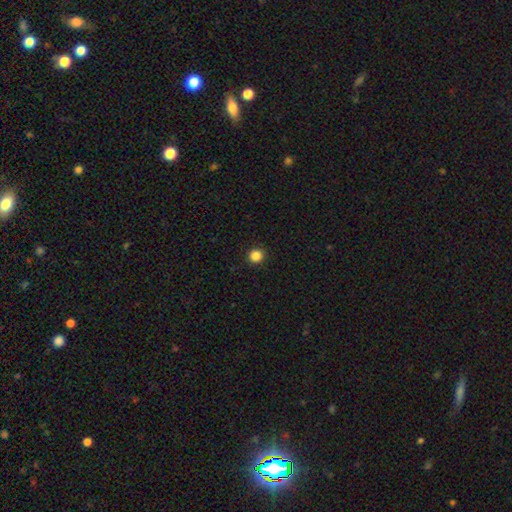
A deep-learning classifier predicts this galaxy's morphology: Smooth or featured: smooth — 86% (star or artifact — 11%)
How rounded: round — 93% (in between — 6%)
Merging: none — 93% (minor disturbance — 4%)